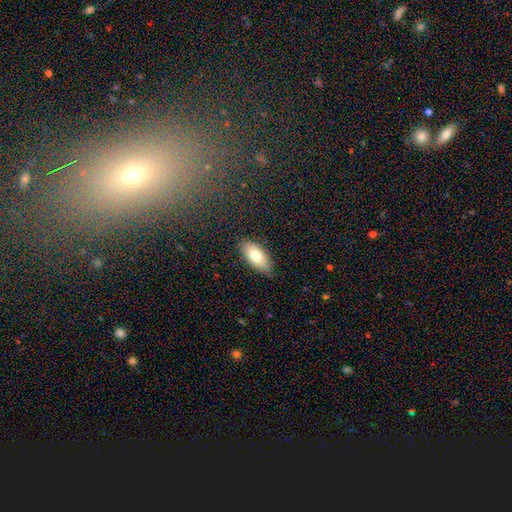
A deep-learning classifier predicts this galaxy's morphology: smooth 78%, featured or disk 16%, star or artifact 6%. Down the decision tree: how rounded — in between (88%); merging — none (84%).